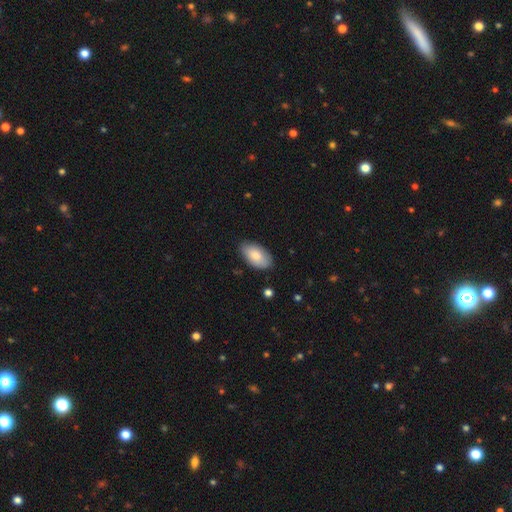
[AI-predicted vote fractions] Smooth or featured? Predicted: smooth (p=0.83). How rounded? Predicted: in between (p=0.95). Merging? Predicted: none (p=0.82).